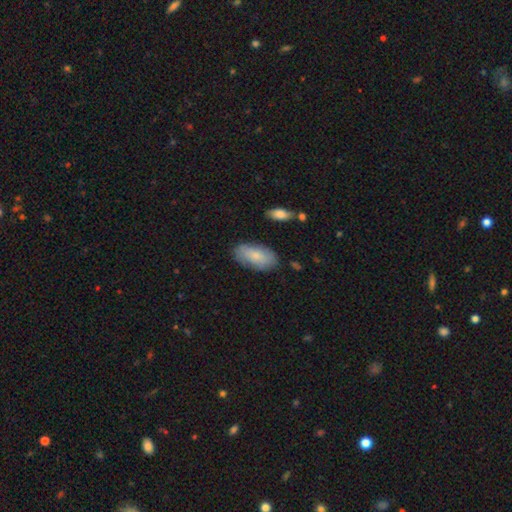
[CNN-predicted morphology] smooth_or_featured: smooth (p=0.78) [alt: featured or disk p=0.16]
how_rounded: in between (p=0.92) [alt: cigar-shaped p=0.05]
merging: none (p=0.79) [alt: minor disturbance p=0.16]